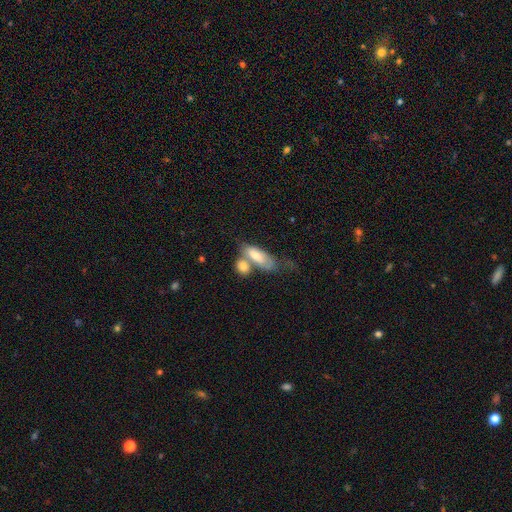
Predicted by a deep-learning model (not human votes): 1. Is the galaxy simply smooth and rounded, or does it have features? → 68% smooth, 26% featured or disk, 6% star or artifact.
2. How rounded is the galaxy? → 77% in between, 19% cigar-shaped, 4% round.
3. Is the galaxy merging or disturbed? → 54% merger, 25% none, 13% minor disturbance, 8% major disturbance.